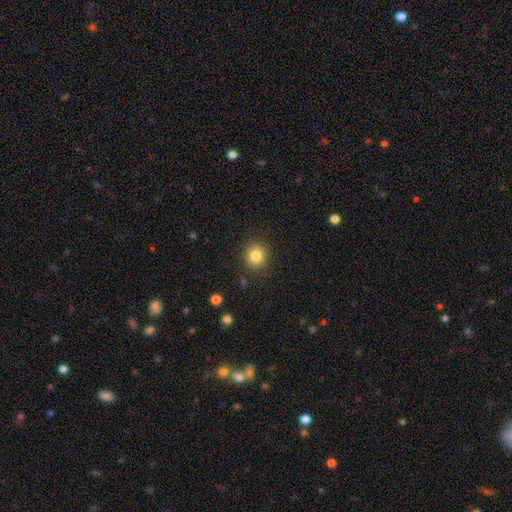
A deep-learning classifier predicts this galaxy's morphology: This appears to be a smooth galaxy with no disk features (84%) that is round (87%). Merging: none (89%).